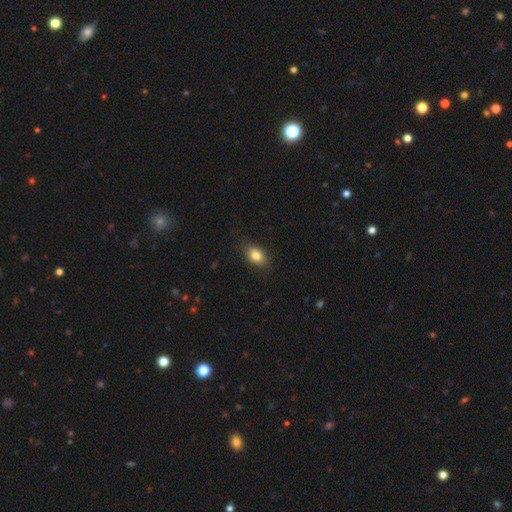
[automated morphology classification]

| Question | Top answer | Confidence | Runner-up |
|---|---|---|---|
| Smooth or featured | smooth | 82% | featured or disk (9%) |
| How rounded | in between | 82% | round (15%) |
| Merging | none | 82% | minor disturbance (13%) |